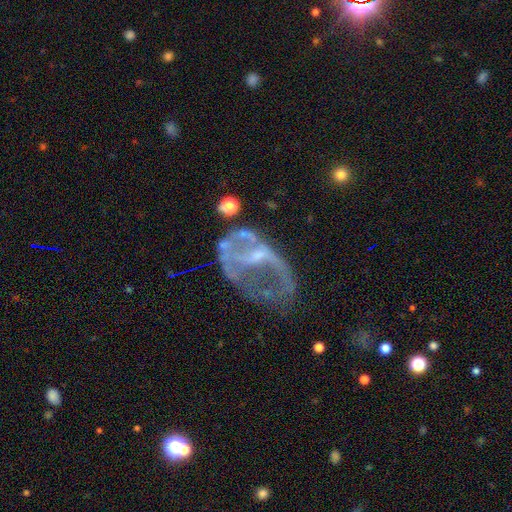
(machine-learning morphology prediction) featured or disk 70%, smooth 18%, star or artifact 12%. Down the decision tree: edge-on disk — no (96%); bar — no (57%); spiral arms — no (68%); bulge size — small (43%); merging — major disturbance (46%).